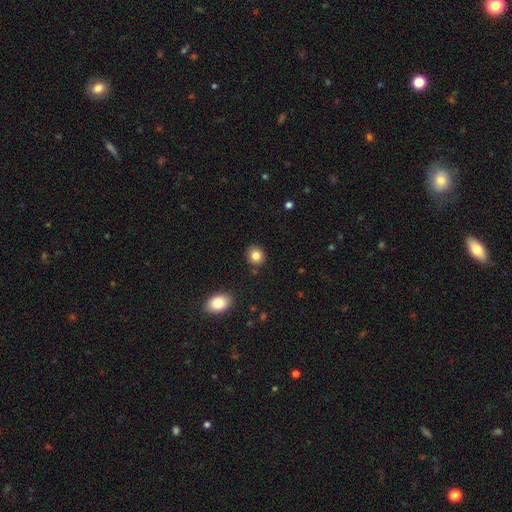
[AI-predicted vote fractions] A smooth galaxy with no disk features (84%) that is round (79%).

Vote fractions:
- Smooth or featured? smooth: 84% / star or artifact: 10% / featured or disk: 7%
- How rounded? round: 79% / in between: 20% / cigar-shaped: 1%
- Merging? none: 87% / minor disturbance: 9% / merger: 2% / major disturbance: 2%